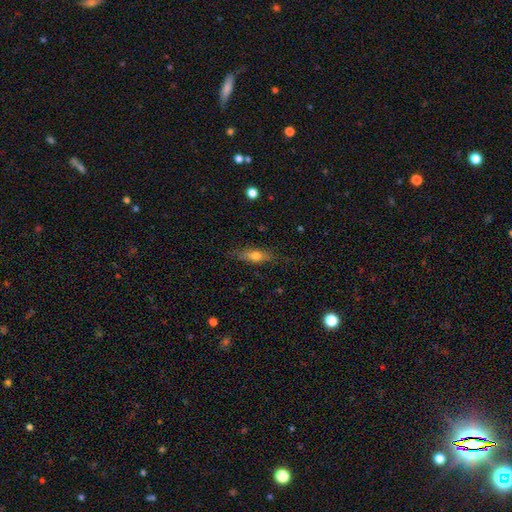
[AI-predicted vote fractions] This appears to be a smooth galaxy with no disk features (60%) that is cigar-shaped (50%). Merging: none (78%).